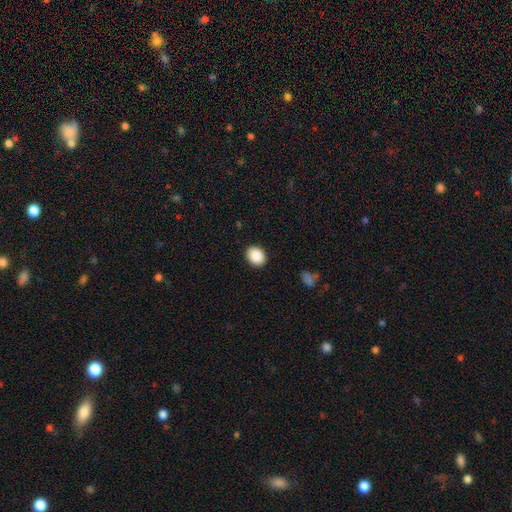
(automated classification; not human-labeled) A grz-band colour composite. It shows a smooth galaxy with no disk features (89%) that is in between round and cigar-shaped (50%). Merging: none (90%).